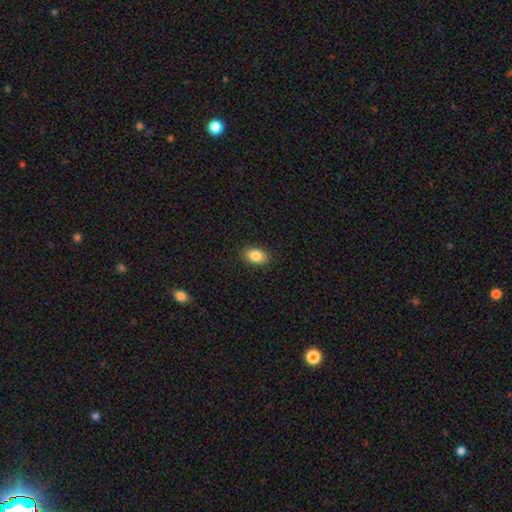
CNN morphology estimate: smooth_or_featured: smooth (p=0.86) [alt: star or artifact p=0.08]
how_rounded: in between (p=0.88) [alt: round p=0.10]
merging: none (p=0.89) [alt: minor disturbance p=0.08]